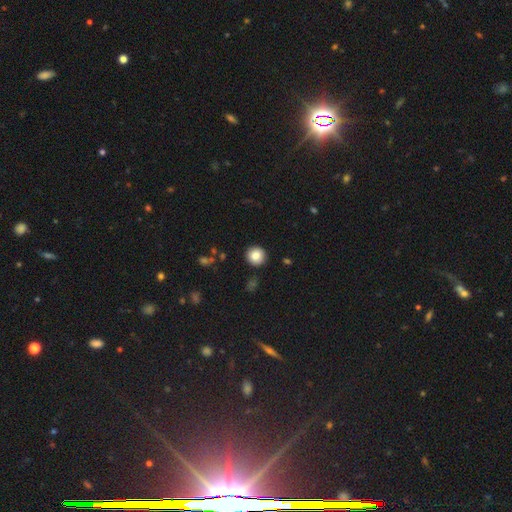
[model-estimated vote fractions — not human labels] smooth_or_featured: smooth (p=0.86) [alt: star or artifact p=0.09]
how_rounded: round (p=0.93) [alt: in between p=0.06]
merging: none (p=0.91) [alt: minor disturbance p=0.06]